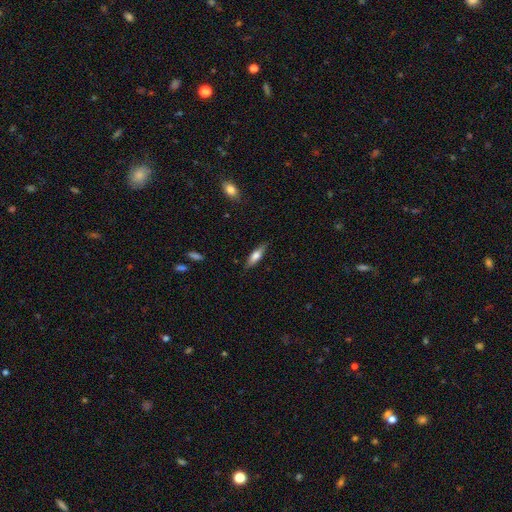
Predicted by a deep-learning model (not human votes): The model was most divided on "how rounded": cigar-shaped: 59%, in between: 39%, round: 2%. More confident: merging — none (82%); smooth or featured — smooth (64%).